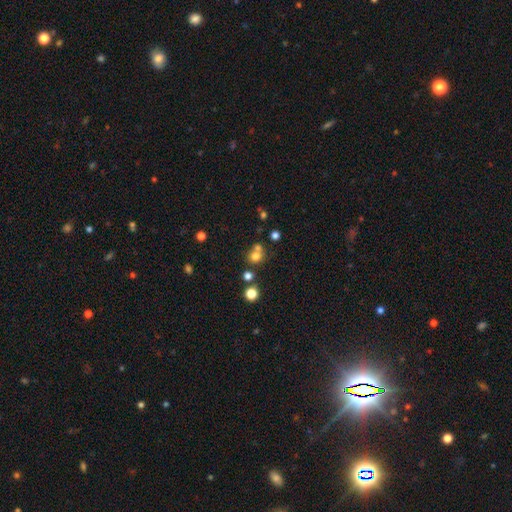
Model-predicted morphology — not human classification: This appears to be a smooth galaxy with no disk features (73%) that is round (84%). Merging: none (53%).